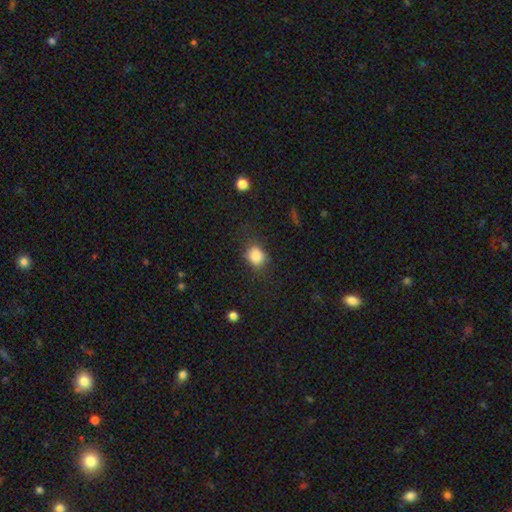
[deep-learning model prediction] Q: Smooth or featured?
A: smooth (84%); runner-up: star or artifact (10%)
Q: How rounded?
A: round (57%); runner-up: in between (42%)
Q: Merging?
A: none (70%); runner-up: minor disturbance (20%)